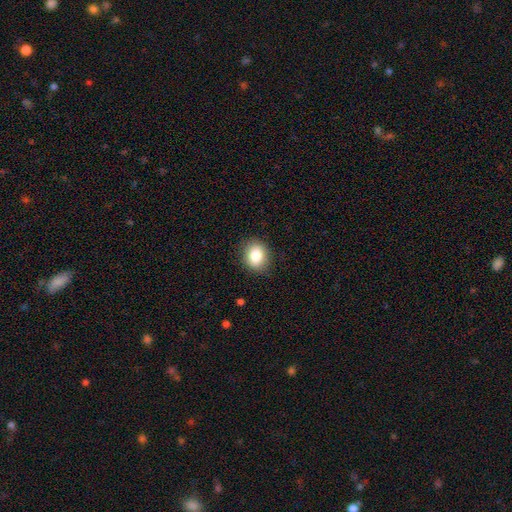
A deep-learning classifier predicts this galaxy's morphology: smooth_or_featured: smooth (p=0.82) [alt: star or artifact p=0.09]
how_rounded: round (p=0.56) [alt: in between p=0.43]
merging: none (p=0.88) [alt: minor disturbance p=0.09]